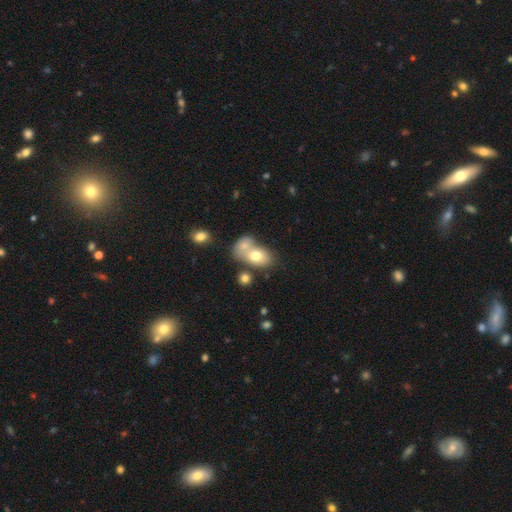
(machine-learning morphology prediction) type=smooth (71%); roundness=in between (74%); merging=merger (57%).